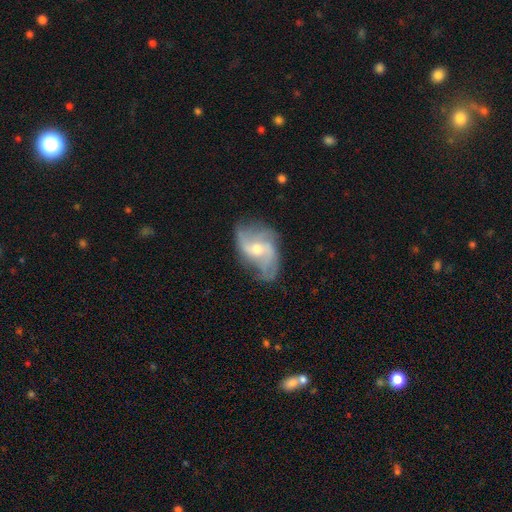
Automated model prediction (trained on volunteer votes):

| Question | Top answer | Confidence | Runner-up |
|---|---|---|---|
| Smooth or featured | featured or disk | 73% | smooth (14%) |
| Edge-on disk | no | 96% | yes (4%) |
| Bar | weak | 45% | no (39%) |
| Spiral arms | yes | 89% | no (11%) |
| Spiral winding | medium | 40% | loose (35%) |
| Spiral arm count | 2 | 54% | can't tell (21%) |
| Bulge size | moderate | 55% | small (40%) |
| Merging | none | 68% | minor disturbance (20%) |